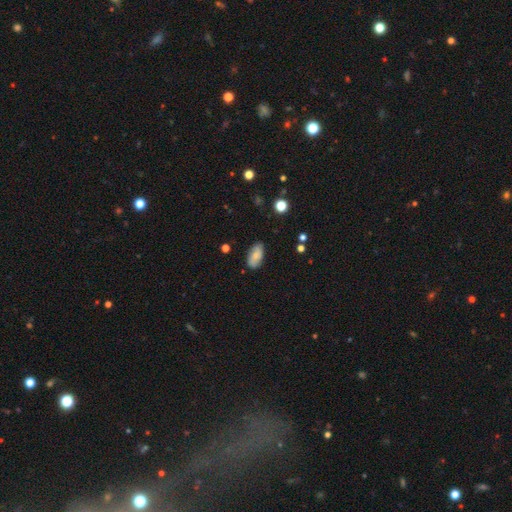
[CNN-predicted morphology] type=smooth (76%); roundness=in between (92%); merging=none (81%).